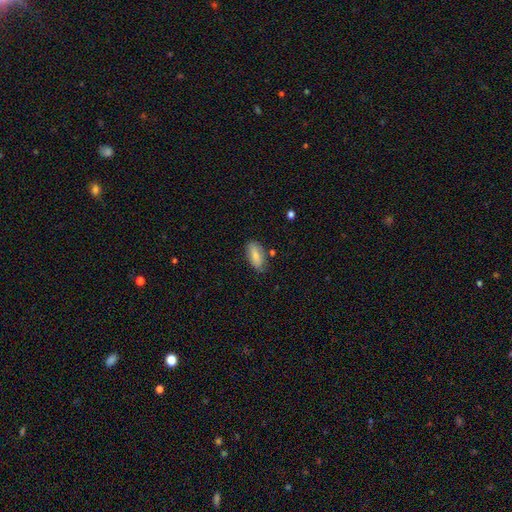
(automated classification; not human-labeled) A smooth galaxy with no disk features (79%) that is in between round and cigar-shaped (87%).

Vote fractions:
- Smooth or featured? smooth: 79% / featured or disk: 14% / star or artifact: 7%
- How rounded? in between: 87% / cigar-shaped: 10% / round: 3%
- Merging? none: 74% / minor disturbance: 19% / major disturbance: 4% / merger: 3%